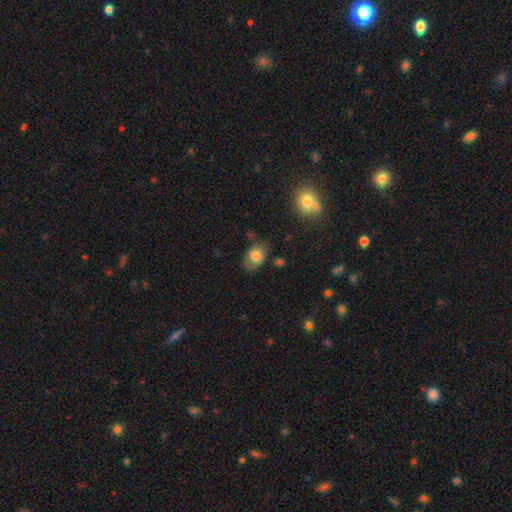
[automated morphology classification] A smooth galaxy with no disk features (77%) that is in between round and cigar-shaped (78%). Merging: none (62%).